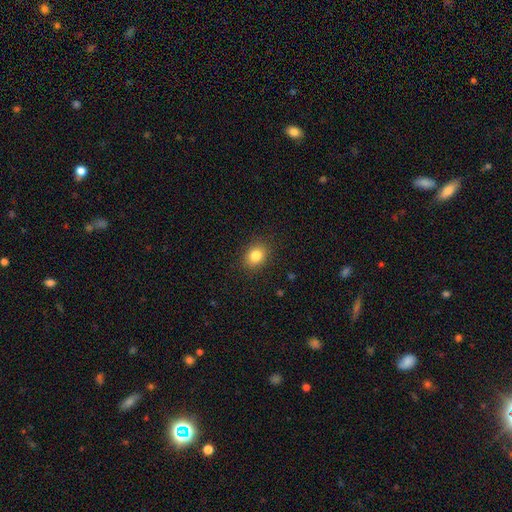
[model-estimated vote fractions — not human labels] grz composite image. It shows a smooth galaxy with no disk features (83%) that is round (50%). Merging: none (88%).